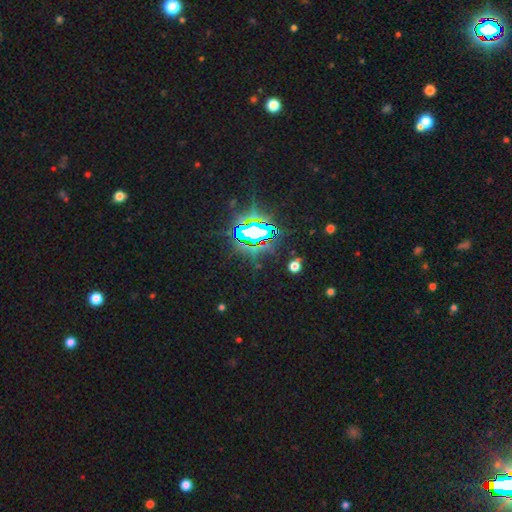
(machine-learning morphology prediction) Smooth or featured?
  - star or artifact: 82% *
  - smooth: 10%
  - featured or disk: 8%